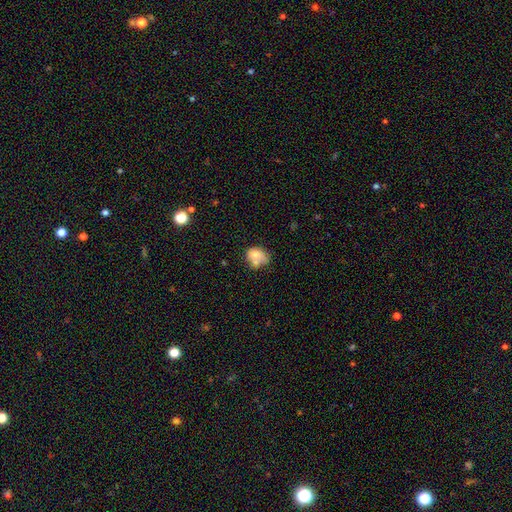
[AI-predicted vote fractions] Morphology: type=smooth (68%); roundness=in between (60%); merging=merger (36%).